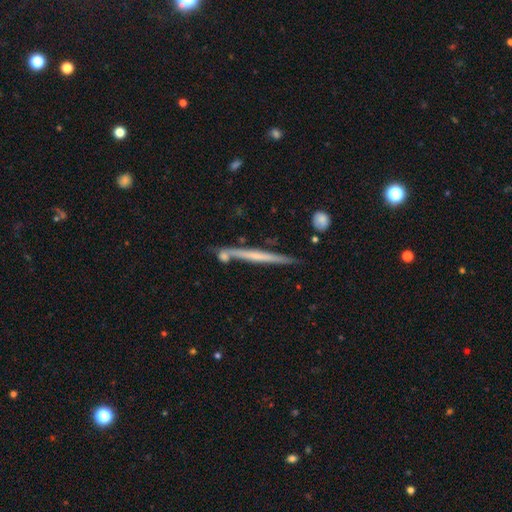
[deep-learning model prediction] This is possibly a featured or disk galaxy (59%). It is clearly viewed edge-on (97%). Edge-on bulge: likely none (74%). Merging: likely none (77%).